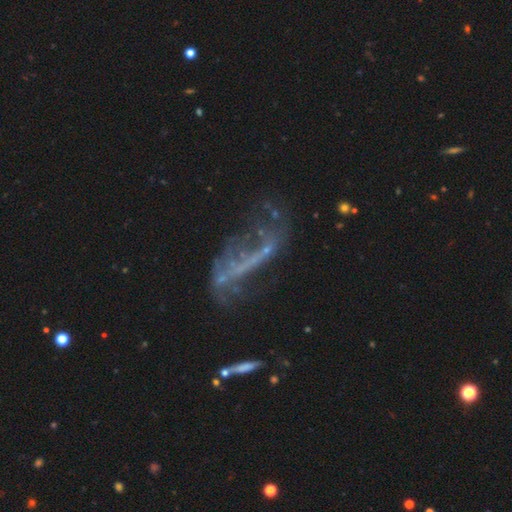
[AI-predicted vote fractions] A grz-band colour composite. It shows a featured or disk galaxy (62%) with no bar (48%), no spiral arms (62%) and no central bulge (79%). Merging: major disturbance (38%).